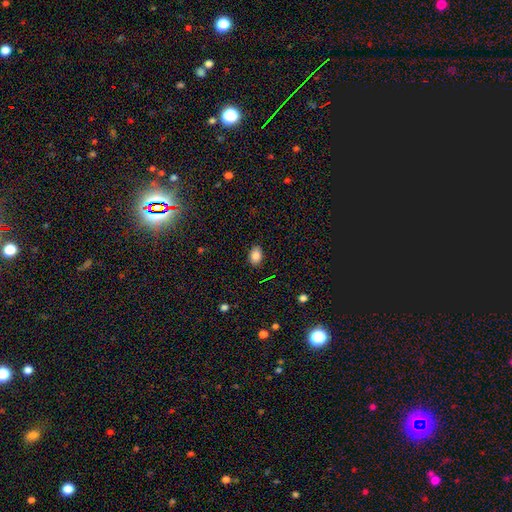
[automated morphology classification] Smooth or featured? Predicted: smooth (p=0.86). How rounded? Predicted: in between (p=0.81). Merging? Predicted: none (p=0.86).